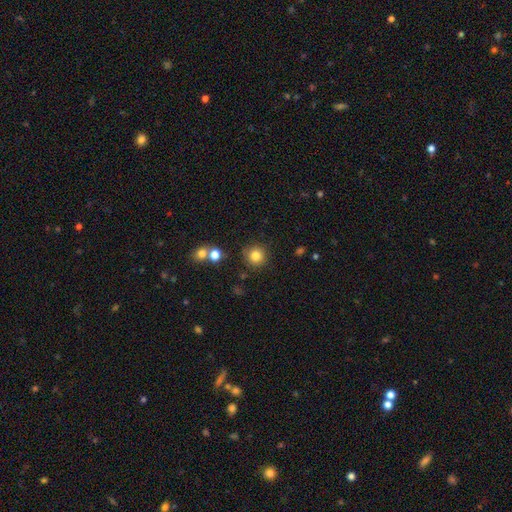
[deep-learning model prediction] Smooth or featured: smooth — 82% (star or artifact — 12%)
How rounded: round — 94% (in between — 5%)
Merging: none — 85% (minor disturbance — 8%)